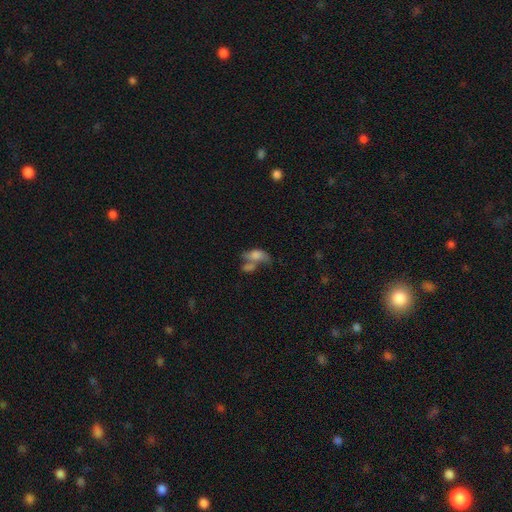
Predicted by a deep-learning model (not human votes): Smooth or featured? smooth (61%)
How rounded? in between (85%)
Merging? merger (50%)